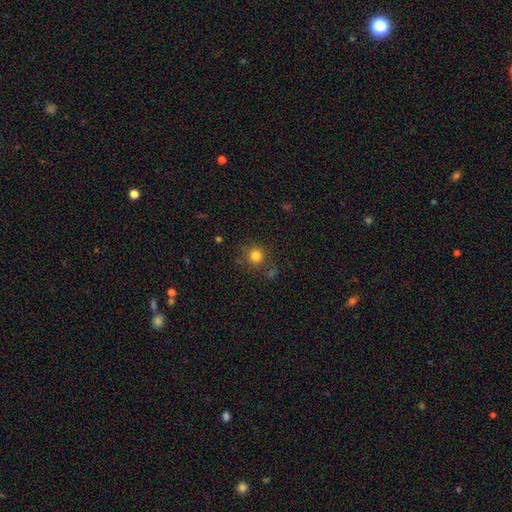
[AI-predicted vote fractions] This appears to be a smooth galaxy with no disk features (81%) that is round (92%). Merging: none (80%).